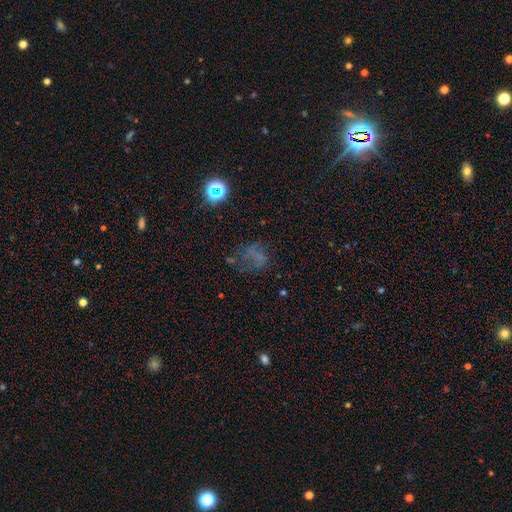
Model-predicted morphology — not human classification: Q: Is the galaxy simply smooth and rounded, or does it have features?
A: smooth — 36%.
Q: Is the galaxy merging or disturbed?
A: none — 50%.